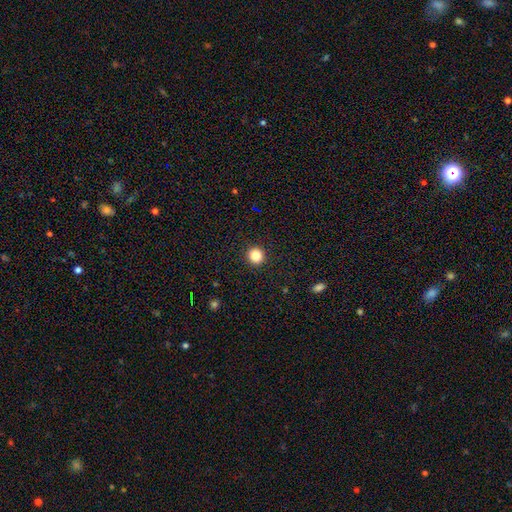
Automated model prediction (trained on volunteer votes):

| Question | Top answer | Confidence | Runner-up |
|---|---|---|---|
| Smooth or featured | smooth | 84% | star or artifact (11%) |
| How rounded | round | 94% | in between (5%) |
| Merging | none | 93% | minor disturbance (4%) |